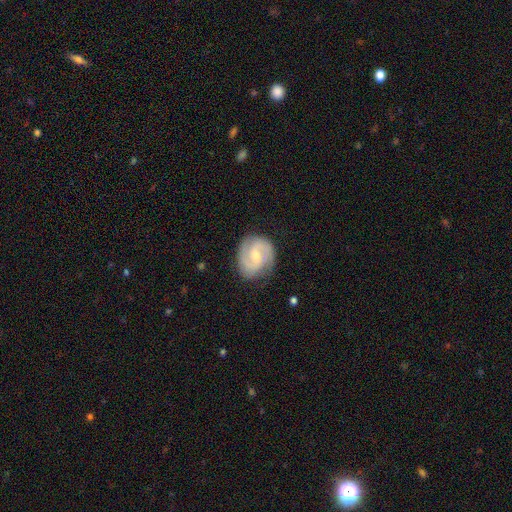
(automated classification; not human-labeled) Smooth or featured?
  - featured or disk: 83% *
  - smooth: 12%
  - star or artifact: 5%
Edge-on disk?
  - no: 98% *
  - yes: 2%
Bar?
  - weak: 57% *
  - no: 25%
  - strong: 17%
Spiral arms?
  - yes: 96% *
  - no: 4%
Spiral winding?
  - medium: 46% *
  - tight: 44%
  - loose: 10%
Spiral arm count?
  - 2: 86% *
  - can't tell: 6%
  - 3: 4%
  - 1: 2%
  - 4: 1%
  - more than 4: 1%
Bulge size?
  - moderate: 50% *
  - small: 44%
  - none: 3%
  - large: 2%
  - dominant: 1%
Merging?
  - none: 79% *
  - minor disturbance: 16%
  - major disturbance: 4%
  - merger: 1%